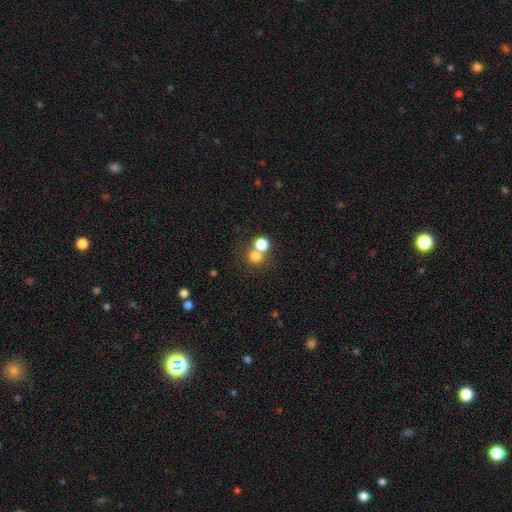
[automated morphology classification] Q: Smooth or featured?
A: smooth (75%); runner-up: star or artifact (15%)
Q: How rounded?
A: round (86%); runner-up: in between (13%)
Q: Merging?
A: none (48%); runner-up: merger (43%)